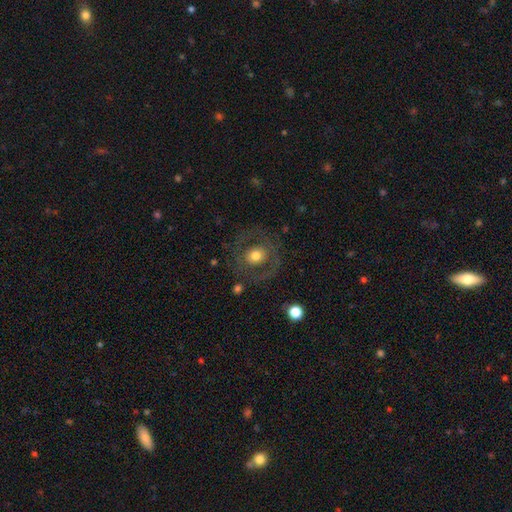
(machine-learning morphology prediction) Smooth or featured: smooth — 47% (featured or disk — 45%)
Merging: none — 75% (minor disturbance — 12%)